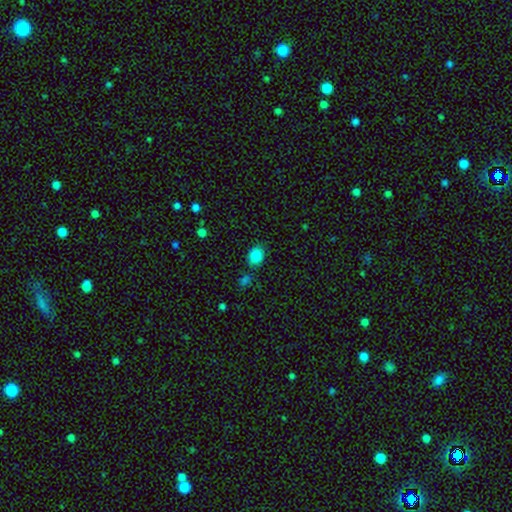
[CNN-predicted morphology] The model was most divided on "how rounded": in between: 58%, round: 41%, cigar-shaped: 1%. More confident: smooth or featured — smooth (86%); merging — none (79%).